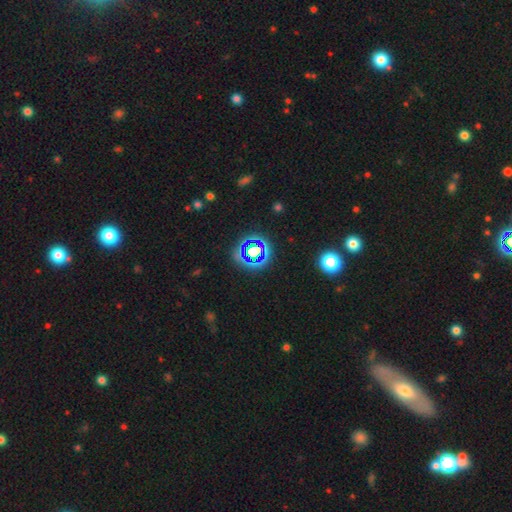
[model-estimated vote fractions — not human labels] smooth-or-featured: star or artifact: 60% | smooth: 25% | featured or disk: 14%